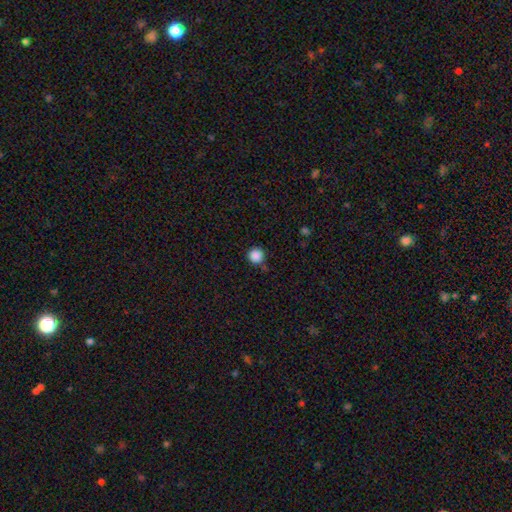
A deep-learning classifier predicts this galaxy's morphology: smooth_or_featured: smooth (p=0.87) [alt: star or artifact p=0.11]
how_rounded: round (p=0.96) [alt: in between p=0.03]
merging: none (p=0.84) [alt: minor disturbance p=0.10]